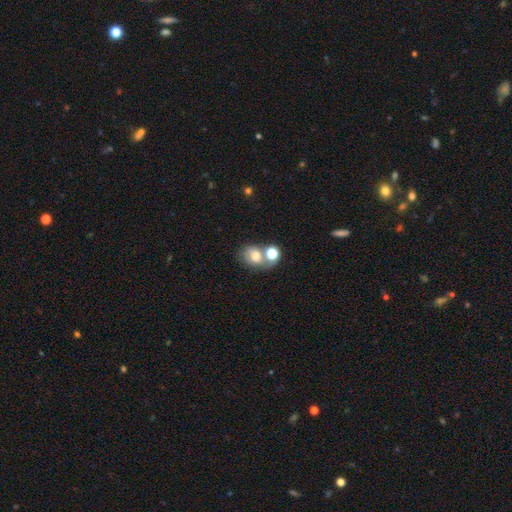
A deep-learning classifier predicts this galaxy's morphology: A smooth galaxy with no disk features (63%) that is in between round and cigar-shaped (52%). Merging: merger (43%).